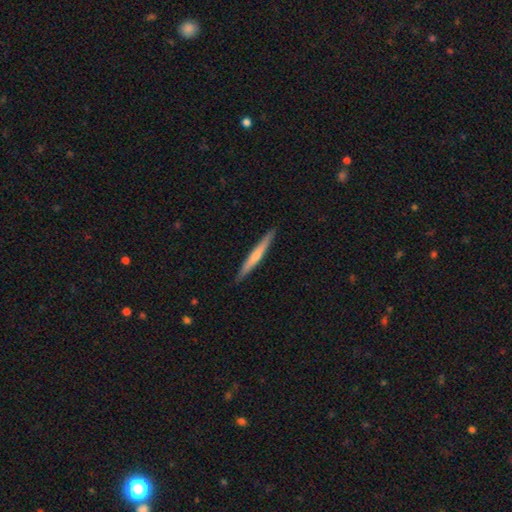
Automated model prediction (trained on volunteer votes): A smooth galaxy with no disk features (51%) that is cigar-shaped (97%).

Vote fractions:
- Smooth or featured? smooth: 51% / featured or disk: 44% / star or artifact: 5%
- How rounded? cigar-shaped: 97% / in between: 2% / round: 1%
- Merging? none: 92% / minor disturbance: 6% / major disturbance: 1% / merger: 1%